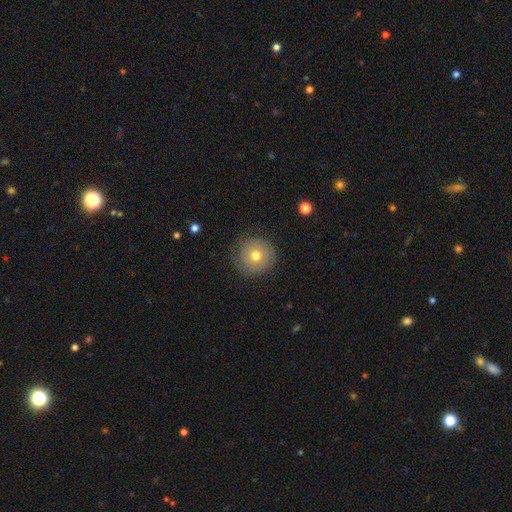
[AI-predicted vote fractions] A smooth galaxy with no disk features (65%) that is round (94%).

Vote fractions:
- Smooth or featured? smooth: 65% / featured or disk: 26% / star or artifact: 9%
- How rounded? round: 94% / in between: 5% / cigar-shaped: 1%
- Merging? none: 81% / minor disturbance: 14% / major disturbance: 5% / merger: 1%